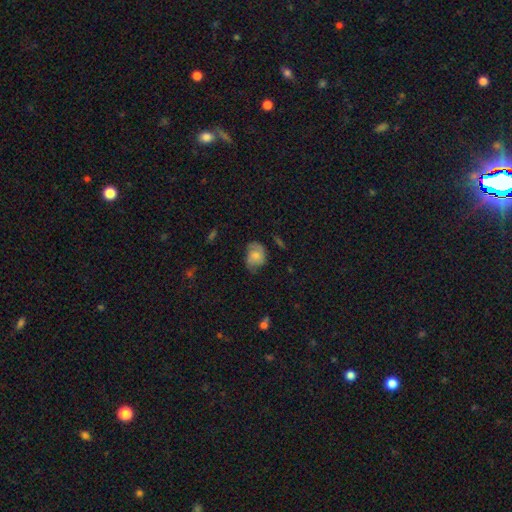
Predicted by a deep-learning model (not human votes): Morphology: type=smooth (59%); roundness=in between (60%); merging=none (51%).